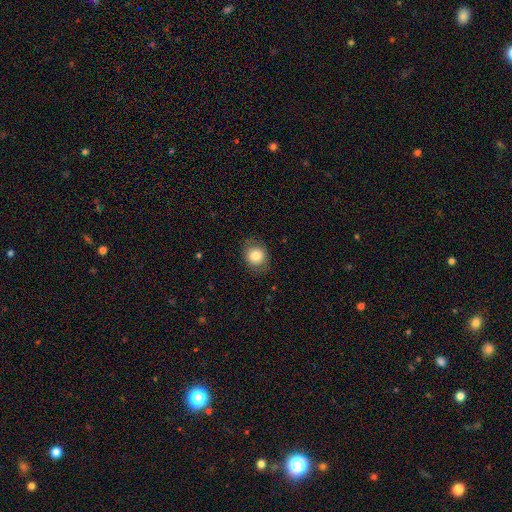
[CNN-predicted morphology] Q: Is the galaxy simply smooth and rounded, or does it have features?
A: smooth — 81%.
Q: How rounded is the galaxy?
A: round — 73%.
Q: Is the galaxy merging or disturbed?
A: none — 83%.